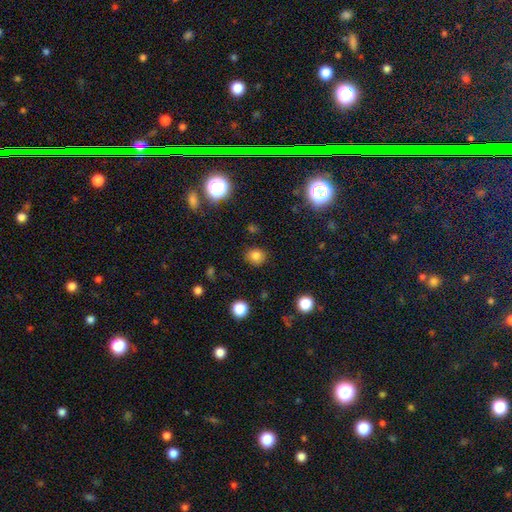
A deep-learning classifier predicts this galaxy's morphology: The model was most divided on "how rounded": round: 77%, in between: 22%, cigar-shaped: 1%. More confident: merging — none (85%); smooth or featured — smooth (79%).